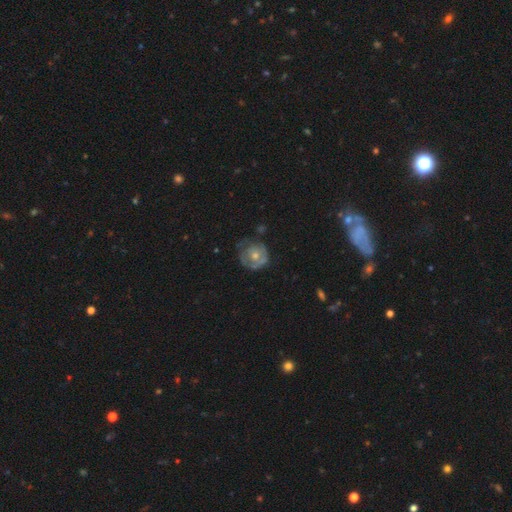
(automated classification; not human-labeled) This is possibly a featured or disk galaxy (53%). It is clearly not viewed edge-on (97%). Bar: clearly no (84%). Spiral arm pattern: possibly no (53%). Central bulge: possibly moderate (51%). Merging: possibly none (52%).